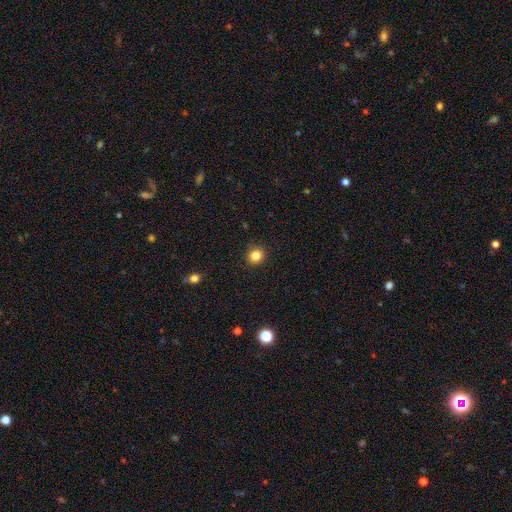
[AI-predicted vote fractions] Smooth or featured? smooth (84%)
How rounded? round (84%)
Merging? none (90%)